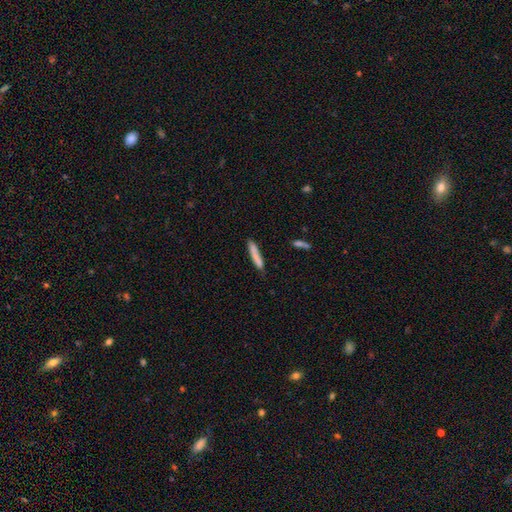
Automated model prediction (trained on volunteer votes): smooth_or_featured: smooth (p=0.80) [alt: featured or disk p=0.14]
how_rounded: cigar-shaped (p=0.92) [alt: in between p=0.07]
merging: none (p=0.78) [alt: minor disturbance p=0.16]